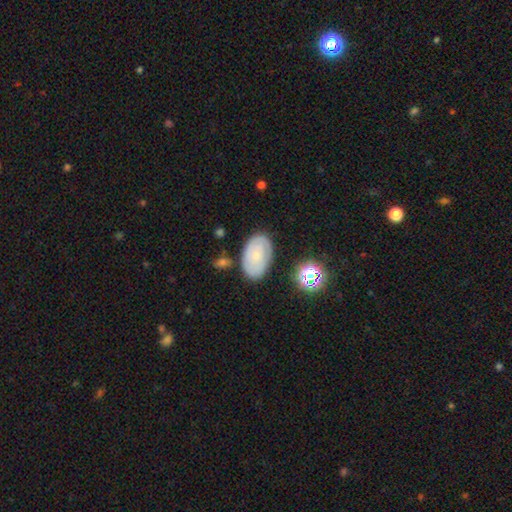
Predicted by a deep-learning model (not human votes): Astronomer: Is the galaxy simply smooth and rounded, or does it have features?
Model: smooth — 46% (runner-up: featured or disk, 44%).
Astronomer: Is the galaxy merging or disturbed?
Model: none — 74%.